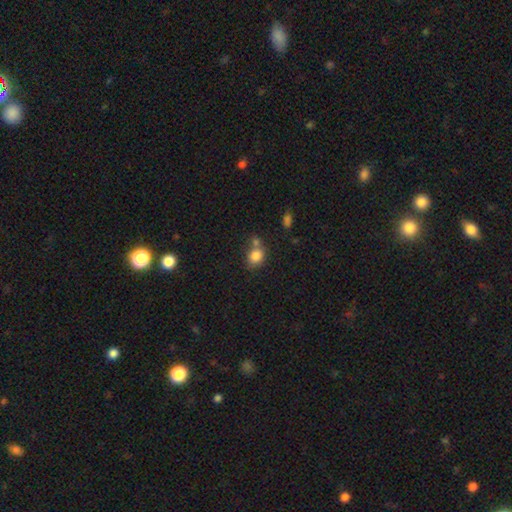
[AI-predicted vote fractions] The model was most divided on "how rounded": round: 54%, in between: 45%, cigar-shaped: 1%. More confident: smooth or featured — smooth (82%); merging — none (51%).